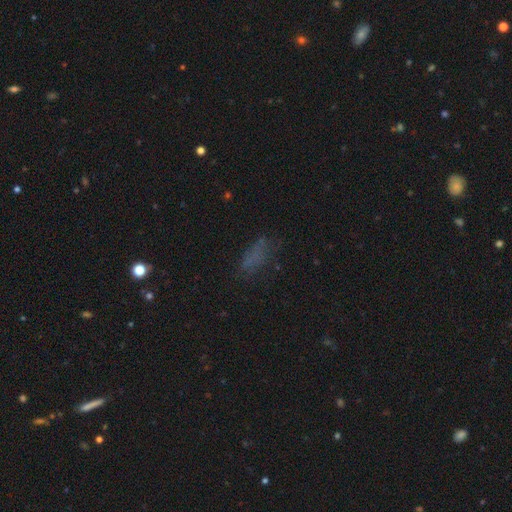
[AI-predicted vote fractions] smooth_or_featured: smooth (p=0.59) [alt: star or artifact p=0.26]
how_rounded: in between (p=0.66) [alt: cigar-shaped p=0.29]
merging: none (p=0.71) [alt: minor disturbance p=0.17]